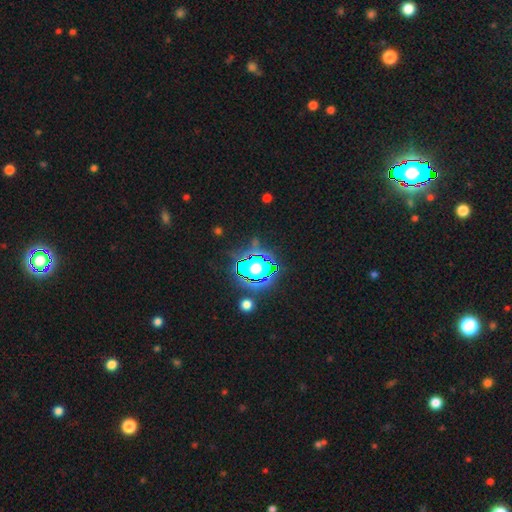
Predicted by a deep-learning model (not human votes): smooth-or-featured: star or artifact: 83% | smooth: 11% | featured or disk: 7%